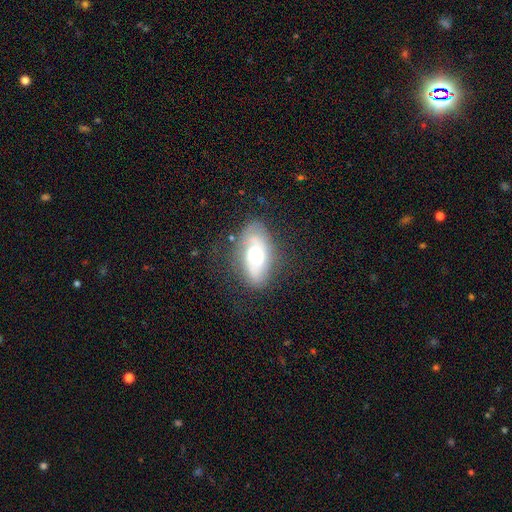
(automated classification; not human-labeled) A featured or disk galaxy (61%) with no bar (60%), spiral arms (77%) and a moderate central bulge (63%).

Vote fractions:
- Smooth or featured? featured or disk: 61% / smooth: 31% / star or artifact: 7%
- Edge-on disk? no: 90% / yes: 10%
- Bar? no: 60% / weak: 31% / strong: 9%
- Spiral arms? yes: 77% / no: 23%
- Bulge size? moderate: 63% / small: 23% / large: 12% / dominant: 1% / none: 1%
- Merging? none: 67% / minor disturbance: 21% / major disturbance: 9% / merger: 2%